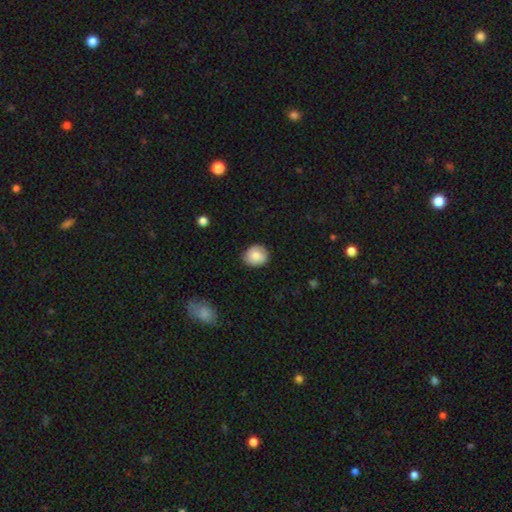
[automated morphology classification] Q: Smooth or featured?
A: smooth (82%); runner-up: featured or disk (11%)
Q: How rounded?
A: round (74%); runner-up: in between (25%)
Q: Merging?
A: none (85%); runner-up: minor disturbance (12%)